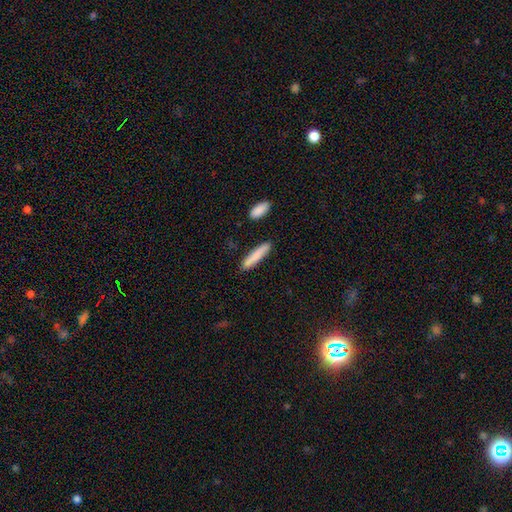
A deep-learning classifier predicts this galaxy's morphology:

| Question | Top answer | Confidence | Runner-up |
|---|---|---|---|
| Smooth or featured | smooth | 83% | featured or disk (11%) |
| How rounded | cigar-shaped | 87% | in between (11%) |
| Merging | none | 88% | minor disturbance (7%) |